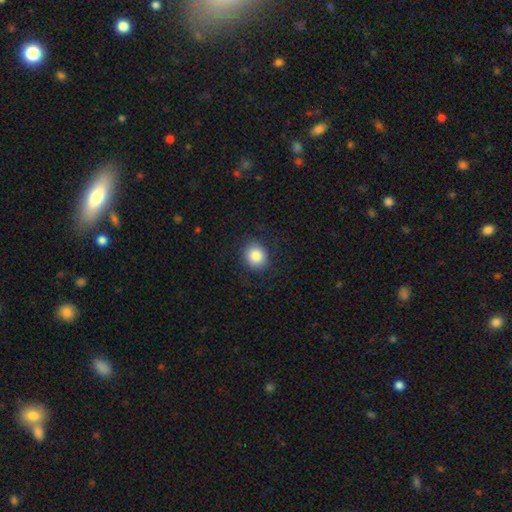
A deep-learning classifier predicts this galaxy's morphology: type=smooth (86%); roundness=round (77%); merging=none (85%).